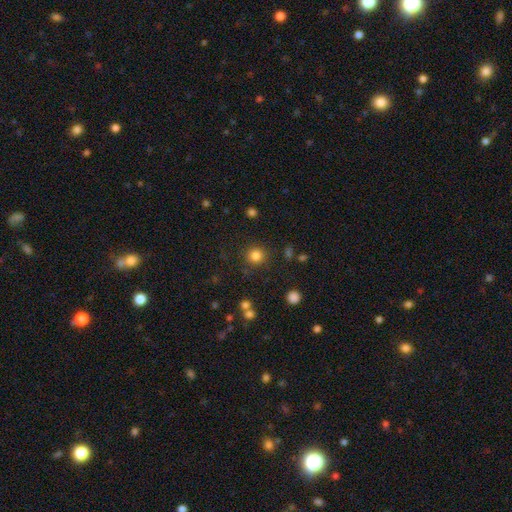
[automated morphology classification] Smooth or featured: smooth — 82% (star or artifact — 12%)
How rounded: round — 93% (in between — 6%)
Merging: none — 87% (minor disturbance — 7%)